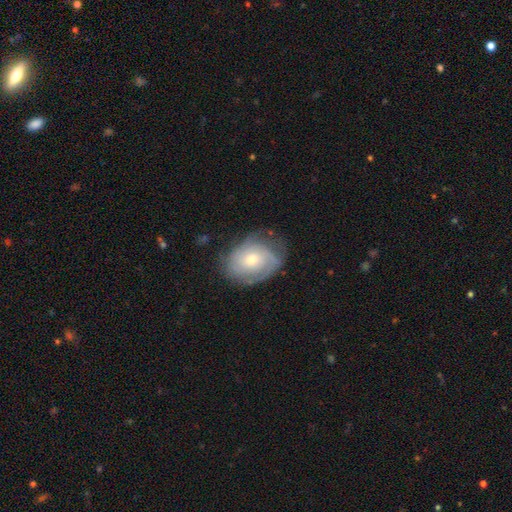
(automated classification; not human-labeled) Overall: featured or disk (71%). Edge-on disk: no (97%). Bar: no (76%). Spiral arms: yes (89%). Spiral arm count: can't tell (35%; 2 32%). Spiral winding: tight (56%; medium 33%). Bulge size: small (50%; moderate 45%). Merging: none (65%).